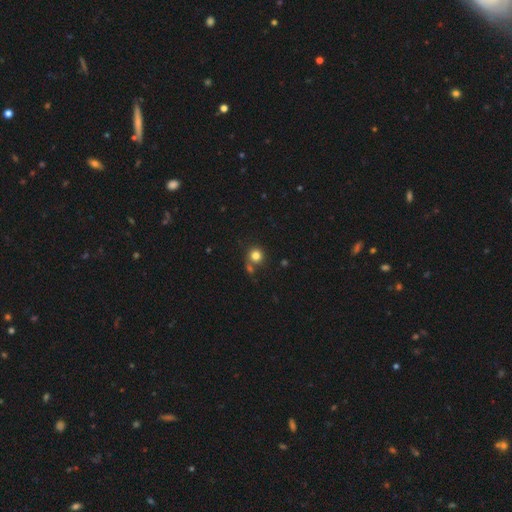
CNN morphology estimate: Smooth or featured?
  - smooth: 81% *
  - star or artifact: 12%
  - featured or disk: 7%
How rounded?
  - round: 91% *
  - in between: 8%
  - cigar-shaped: 1%
Merging?
  - none: 64% *
  - merger: 20%
  - minor disturbance: 11%
  - major disturbance: 5%